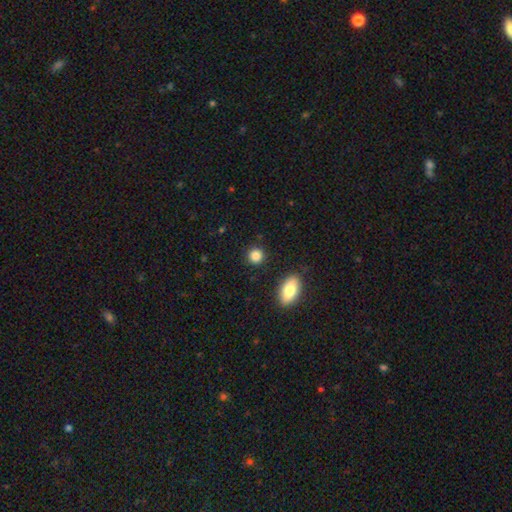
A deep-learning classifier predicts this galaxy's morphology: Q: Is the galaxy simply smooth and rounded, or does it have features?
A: smooth — 86%.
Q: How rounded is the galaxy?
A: round — 87%.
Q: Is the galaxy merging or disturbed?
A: none — 89%.